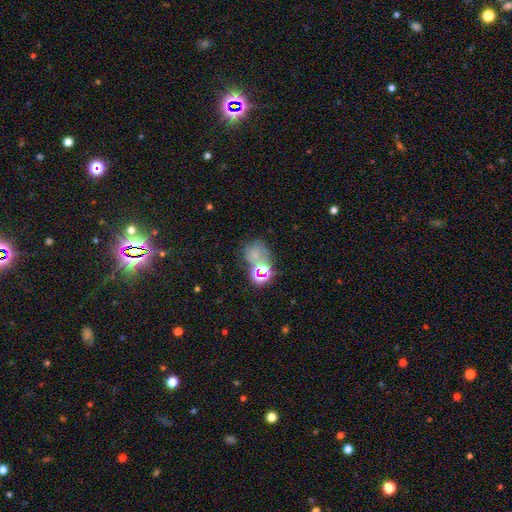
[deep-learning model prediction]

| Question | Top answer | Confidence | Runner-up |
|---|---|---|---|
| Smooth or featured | smooth | 46% | star or artifact (34%) |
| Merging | none | 40% | merger (28%) |